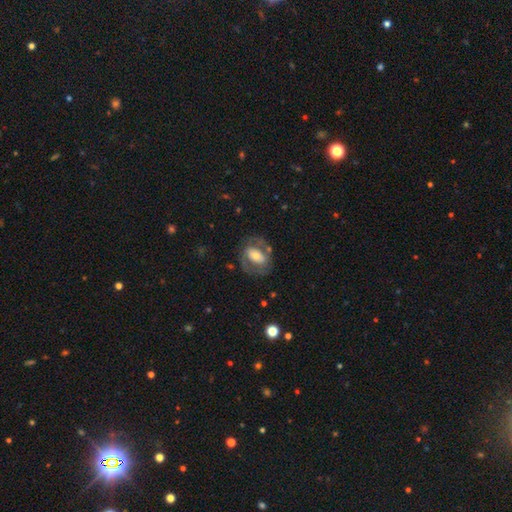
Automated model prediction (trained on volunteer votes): smooth-or-featured: featured or disk: 58% | smooth: 36% | star or artifact: 7%
  disk-edge-on: no: 95% | yes: 5%
    bar: no: 39% | weak: 31% | strong: 29%
    has-spiral-arms: yes: 55% | no: 45%
    bulge-size: moderate: 49% | small: 29% | large: 17% | none: 2% | dominant: 2%
  merging: none: 65% | minor disturbance: 18% | major disturbance: 14% | merger: 3%